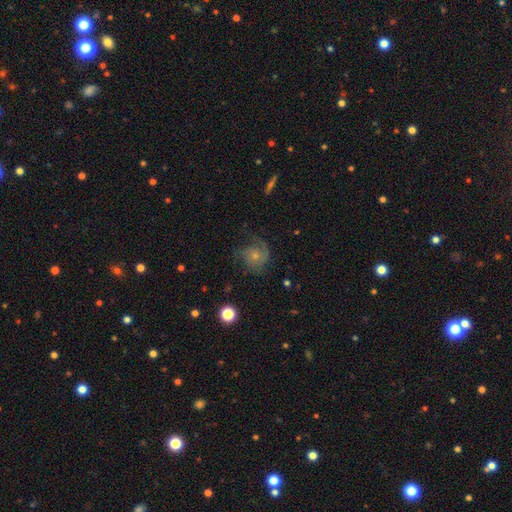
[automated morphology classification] Q: Smooth or featured?
A: featured or disk (66%); runner-up: smooth (20%)
Q: Edge-on disk?
A: no (97%); runner-up: yes (3%)
Q: Bar?
A: no (79%); runner-up: weak (18%)
Q: Spiral arms?
A: yes (91%); runner-up: no (9%)
Q: Spiral winding?
A: medium (40%); tied with: tight (40%)
Q: Spiral arm count?
A: 2 (30%); runner-up: can't tell (26%)
Q: Bulge size?
A: small (58%); runner-up: moderate (34%)
Q: Merging?
A: none (67%); runner-up: minor disturbance (18%)